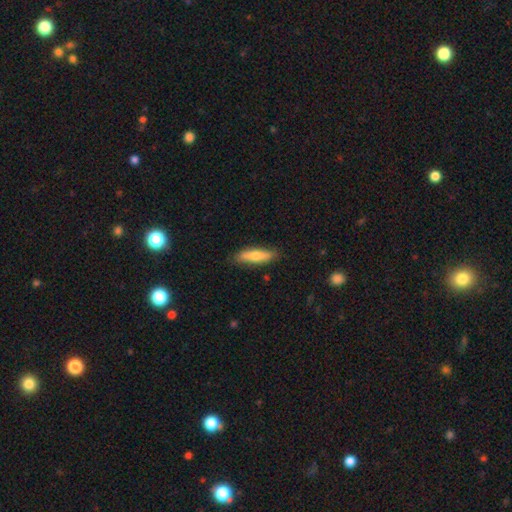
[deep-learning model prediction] This appears to be a smooth galaxy with no disk features (69%) that is cigar-shaped (69%). Merging: none (85%).